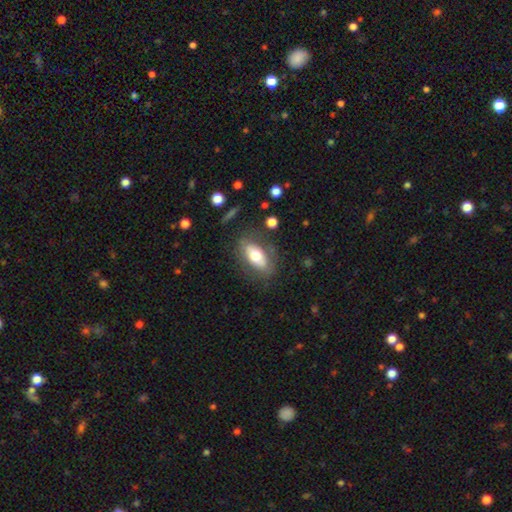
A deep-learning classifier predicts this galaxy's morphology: Smooth or featured: smooth — 64% (featured or disk — 30%)
How rounded: in between — 85% (cigar-shaped — 10%)
Merging: none — 76% (minor disturbance — 15%)